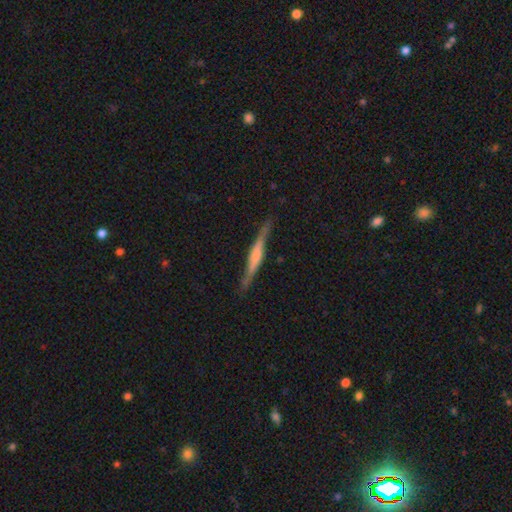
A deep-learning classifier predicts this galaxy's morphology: smooth-or-featured: featured or disk: 63% | smooth: 31% | star or artifact: 6%
  disk-edge-on: yes: 94% | no: 6%
    edge-on-bulge: boxy: 43% | rounded: 32% | none: 25%
  merging: none: 78% | minor disturbance: 16% | major disturbance: 4% | merger: 2%